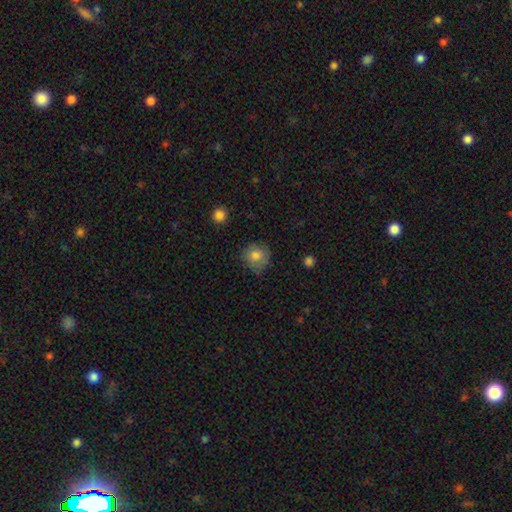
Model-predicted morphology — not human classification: Smooth or featured?
  - smooth: 78% *
  - featured or disk: 13%
  - star or artifact: 9%
How rounded?
  - round: 88% *
  - in between: 12%
  - cigar-shaped: 1%
Merging?
  - none: 70% *
  - minor disturbance: 22%
  - major disturbance: 6%
  - merger: 1%